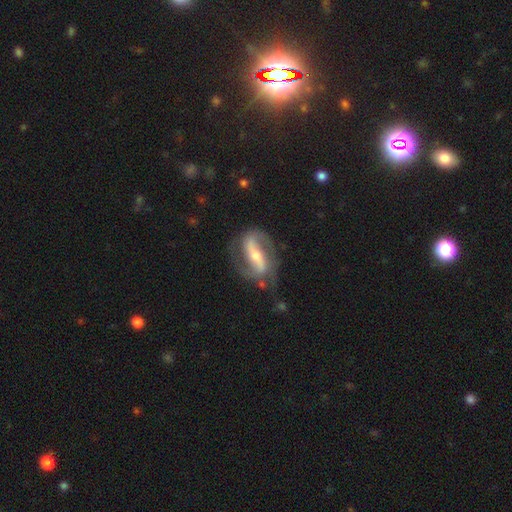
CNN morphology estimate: Q: Smooth or featured?
A: featured or disk (81%); runner-up: star or artifact (10%)
Q: Edge-on disk?
A: no (92%); runner-up: yes (8%)
Q: Bar?
A: strong (53%); runner-up: weak (30%)
Q: Spiral arms?
A: yes (93%); runner-up: no (7%)
Q: Spiral winding?
A: medium (44%); runner-up: loose (30%)
Q: Spiral arm count?
A: 2 (87%); runner-up: can't tell (6%)
Q: Bulge size?
A: small (48%); runner-up: moderate (45%)
Q: Merging?
A: none (74%); runner-up: minor disturbance (16%)